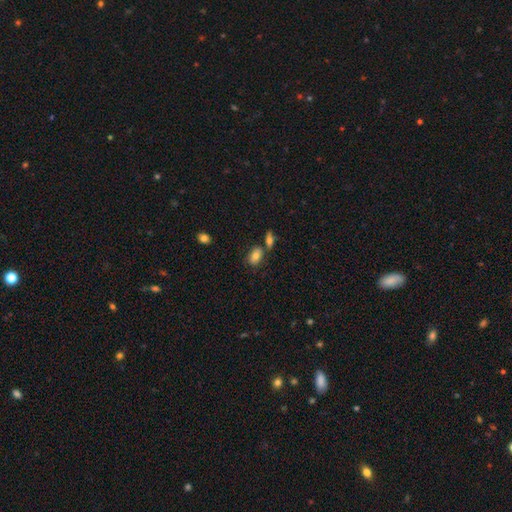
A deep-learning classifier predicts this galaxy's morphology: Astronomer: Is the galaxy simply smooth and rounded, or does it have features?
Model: smooth — 79%.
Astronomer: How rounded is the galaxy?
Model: in between — 85%.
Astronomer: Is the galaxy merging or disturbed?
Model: none — 61%.